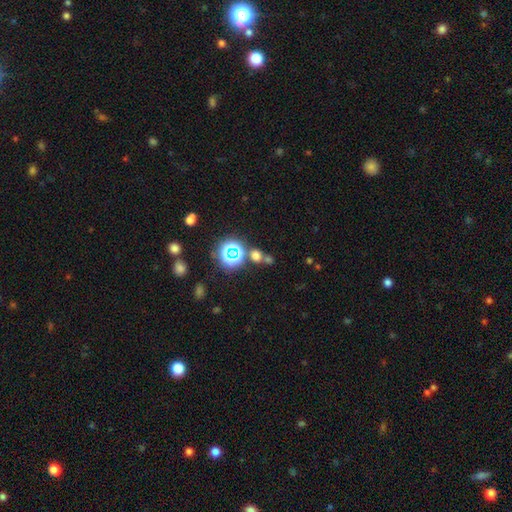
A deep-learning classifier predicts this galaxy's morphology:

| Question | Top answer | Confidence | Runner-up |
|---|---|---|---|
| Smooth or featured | smooth | 54% | star or artifact (38%) |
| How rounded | round | 76% | in between (22%) |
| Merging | none | 62% | merger (25%) |